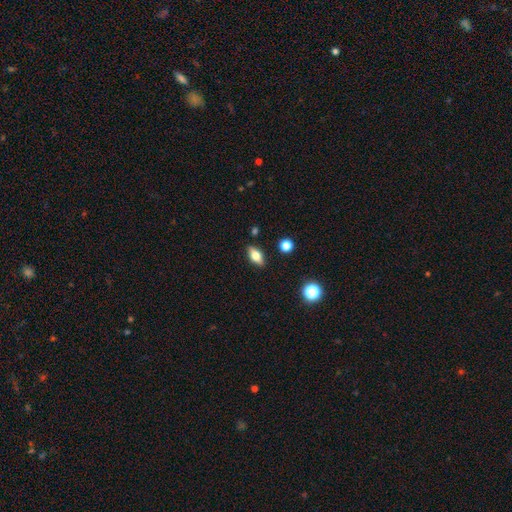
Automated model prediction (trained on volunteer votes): smooth 63%, featured or disk 28%, star or artifact 9%. Down the decision tree: how rounded — in between (81%); merging — none (86%).